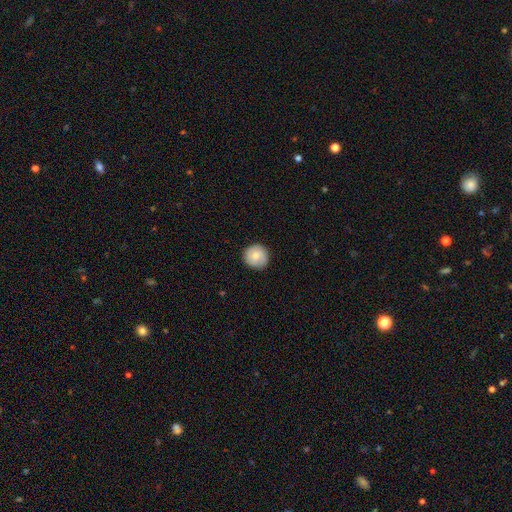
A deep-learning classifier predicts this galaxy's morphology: type=smooth (74%); roundness=round (94%); merging=none (89%).